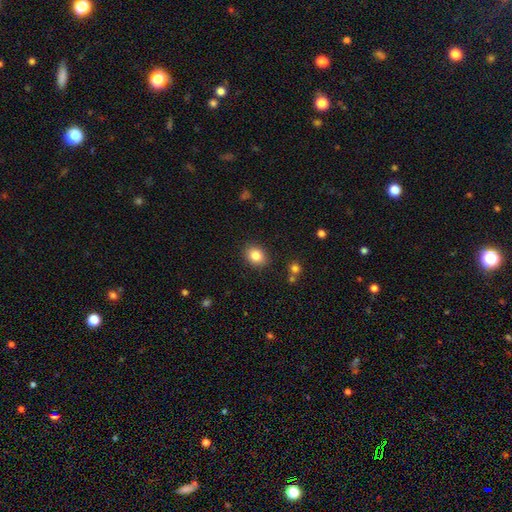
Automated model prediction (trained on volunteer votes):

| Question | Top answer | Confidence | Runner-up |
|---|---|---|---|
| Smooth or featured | smooth | 84% | star or artifact (9%) |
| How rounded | in between | 51% | round (48%) |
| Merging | none | 88% | minor disturbance (8%) |